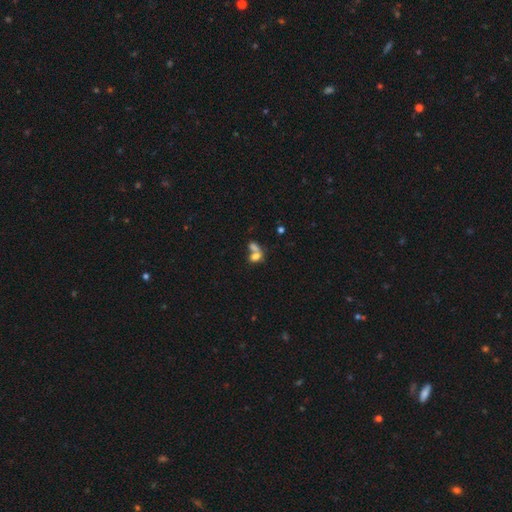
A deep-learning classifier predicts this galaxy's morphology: smooth 71%, featured or disk 17%, star or artifact 12%. Down the decision tree: how rounded — in between (70%); merging — merger (66%).